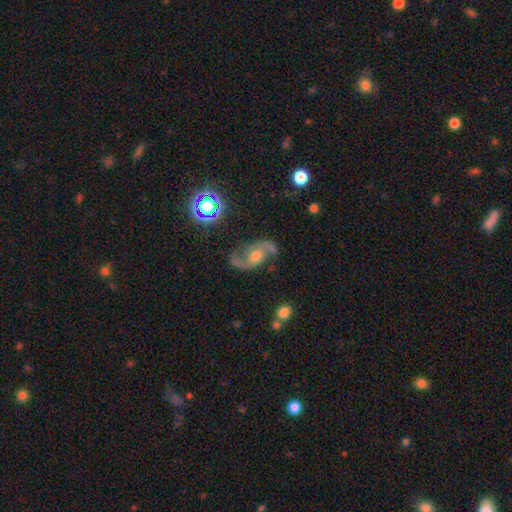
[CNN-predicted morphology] Q: Smooth or featured?
A: featured or disk (83%); runner-up: star or artifact (10%)
Q: Edge-on disk?
A: no (96%); runner-up: yes (4%)
Q: Bar?
A: no (61%); runner-up: weak (30%)
Q: Spiral arms?
A: yes (95%); runner-up: no (5%)
Q: Spiral winding?
A: loose (52%); runner-up: medium (38%)
Q: Spiral arm count?
A: 2 (92%); runner-up: can't tell (3%)
Q: Bulge size?
A: moderate (66%); runner-up: small (23%)
Q: Merging?
A: none (74%); runner-up: minor disturbance (15%)